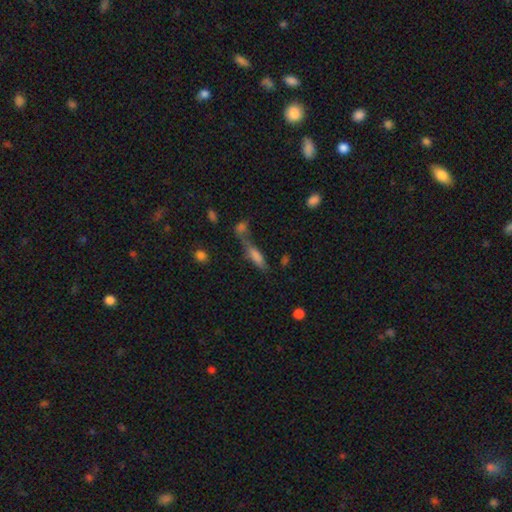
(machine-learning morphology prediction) A smooth galaxy with no disk features (70%) that is cigar-shaped (62%). Merging: none (40%).